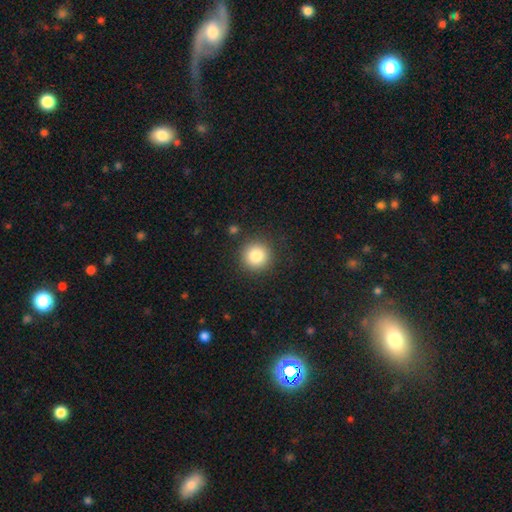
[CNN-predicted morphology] Smooth or featured: smooth — 83% (star or artifact — 10%)
How rounded: round — 95% (in between — 4%)
Merging: none — 89% (minor disturbance — 7%)